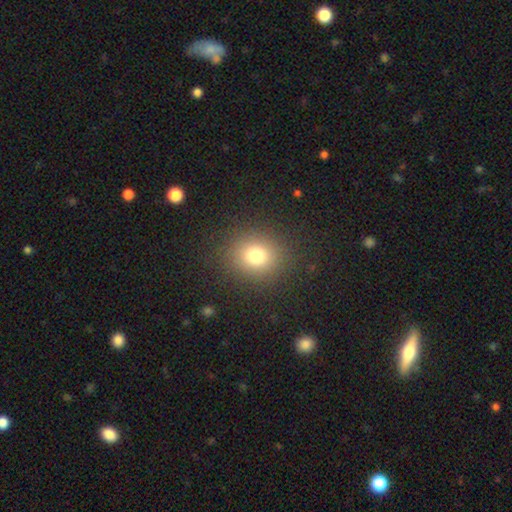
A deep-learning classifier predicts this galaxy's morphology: This is likely a smooth galaxy (76%). How rounded: likely round (77%). Merging: clearly none (87%).